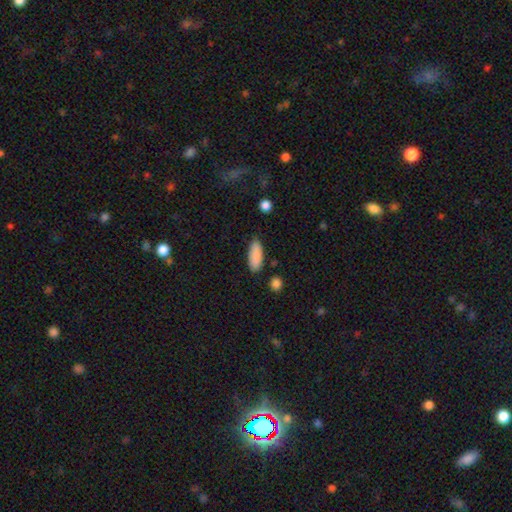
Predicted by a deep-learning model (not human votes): This is clearly a smooth galaxy (89%). How rounded: likely in between (75%). Merging: clearly none (81%).